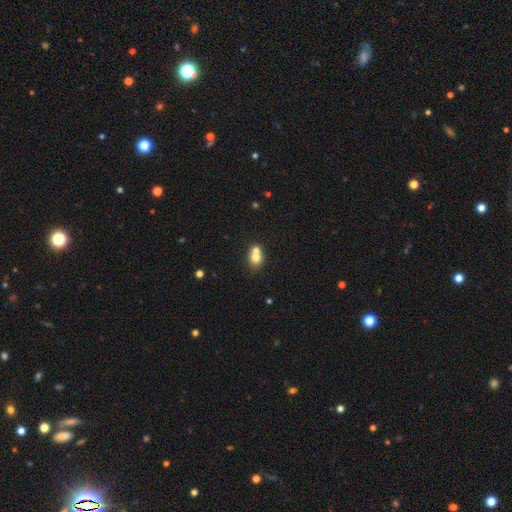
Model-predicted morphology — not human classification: This is likely a smooth galaxy (72%). How rounded: possibly round (58%). Merging: possibly merger (59%).